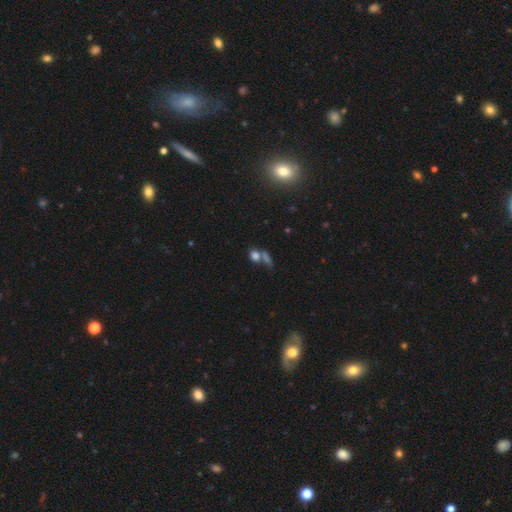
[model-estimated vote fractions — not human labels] This appears to be a smooth galaxy with no disk features (73%) that is round (52%). Merging: merger (43%).